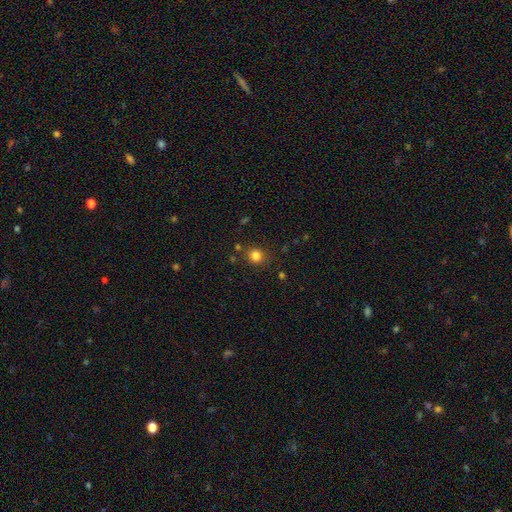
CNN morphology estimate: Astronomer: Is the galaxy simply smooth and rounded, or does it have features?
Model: smooth — 82%.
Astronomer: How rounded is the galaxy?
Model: round — 84%.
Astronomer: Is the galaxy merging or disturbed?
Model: none — 83%.